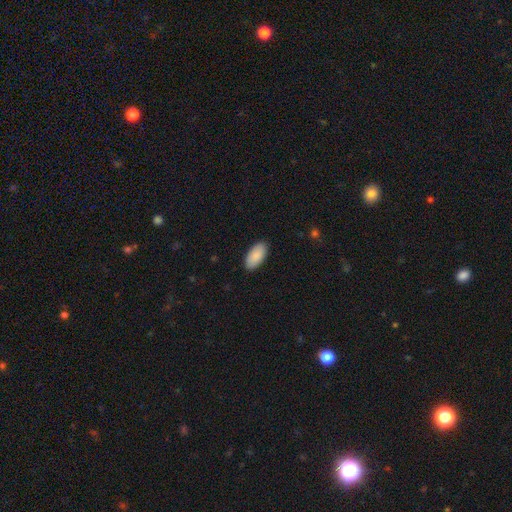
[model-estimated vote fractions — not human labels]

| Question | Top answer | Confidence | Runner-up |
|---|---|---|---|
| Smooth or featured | smooth | 91% | star or artifact (5%) |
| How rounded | in between | 94% | cigar-shaped (4%) |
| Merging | none | 89% | minor disturbance (9%) |